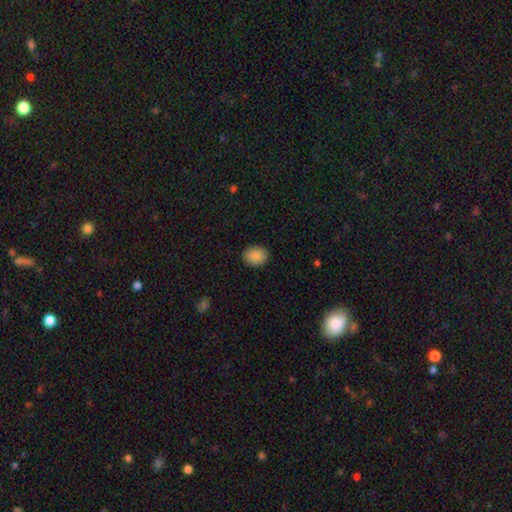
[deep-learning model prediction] Smooth or featured? smooth (88%)
How rounded? round (59%)
Merging? none (89%)